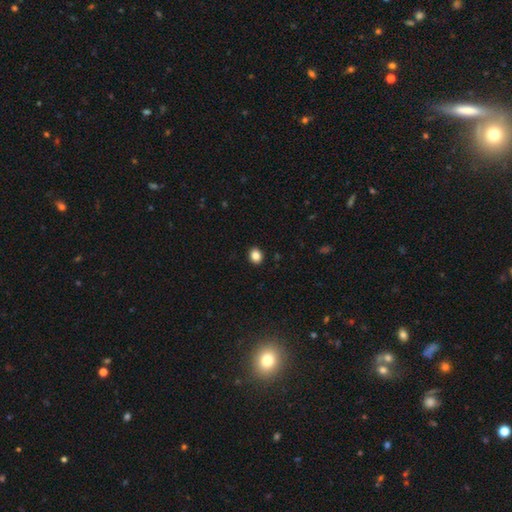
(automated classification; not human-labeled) A smooth galaxy with no disk features (86%) that is round (59%).

Vote fractions:
- Smooth or featured? smooth: 86% / star or artifact: 10% / featured or disk: 4%
- How rounded? round: 59% / in between: 40% / cigar-shaped: 1%
- Merging? none: 92% / minor disturbance: 6% / major disturbance: 2% / merger: 1%